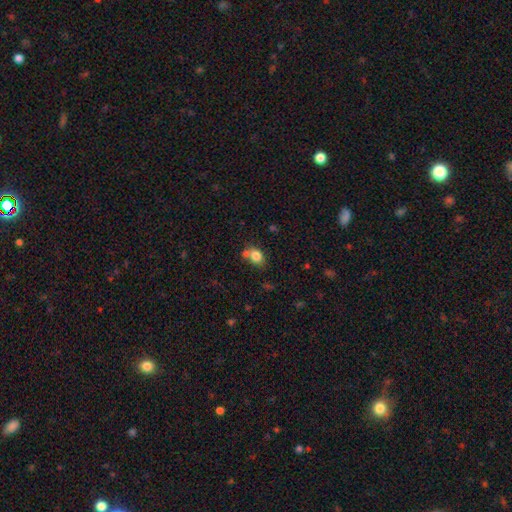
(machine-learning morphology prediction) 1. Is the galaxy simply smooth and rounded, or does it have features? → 81% smooth, 10% star or artifact, 9% featured or disk.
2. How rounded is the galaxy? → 54% in between, 45% round, 1% cigar-shaped.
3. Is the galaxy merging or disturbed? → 54% none, 26% merger, 15% minor disturbance, 5% major disturbance.